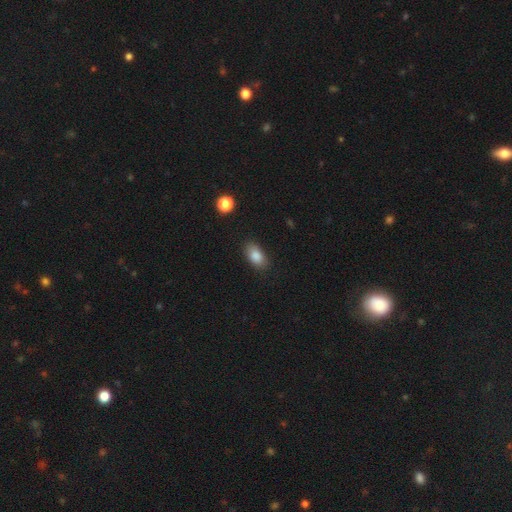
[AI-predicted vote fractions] smooth_or_featured: smooth (p=0.86) [alt: star or artifact p=0.08]
how_rounded: in between (p=0.90) [alt: round p=0.07]
merging: none (p=0.83) [alt: minor disturbance p=0.13]